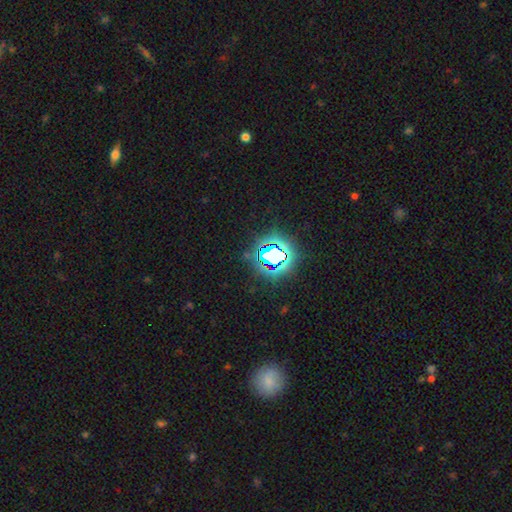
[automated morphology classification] smooth-or-featured: star or artifact: 78% | smooth: 15% | featured or disk: 8%